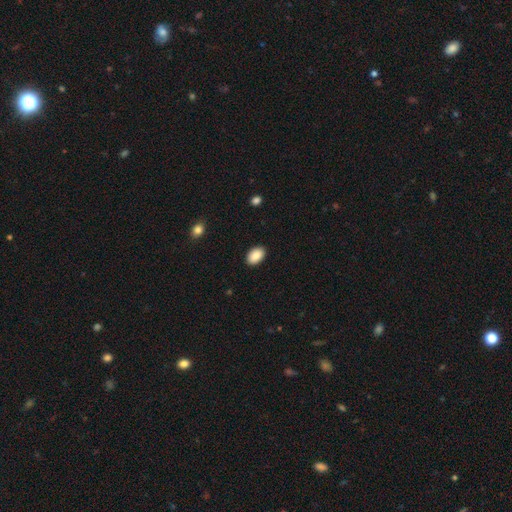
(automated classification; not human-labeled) smooth-or-featured: smooth: 88% | star or artifact: 7% | featured or disk: 5%
  how-rounded: in between: 88% | round: 10% | cigar-shaped: 1%
  merging: none: 90% | minor disturbance: 7% | major disturbance: 2% | merger: 1%